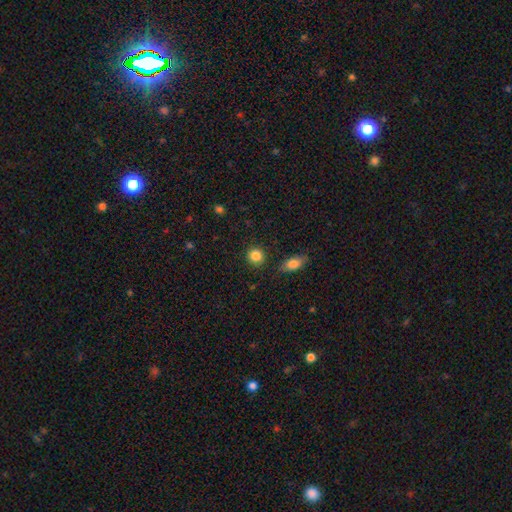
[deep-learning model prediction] Smooth or featured: smooth — 86% (star or artifact — 9%)
How rounded: round — 88% (in between — 10%)
Merging: none — 88% (minor disturbance — 7%)